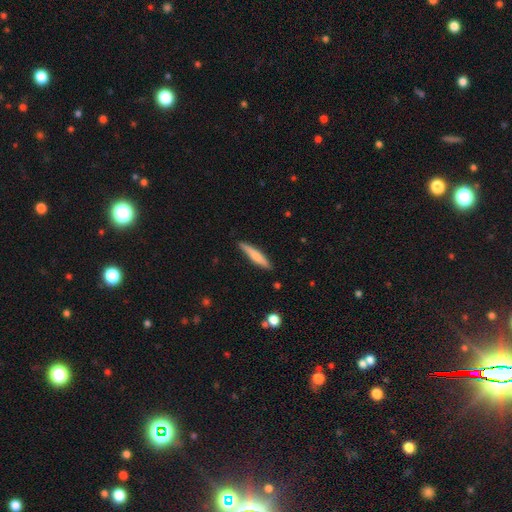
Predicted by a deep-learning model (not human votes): Smooth or featured? Predicted: smooth (p=0.68). How rounded? Predicted: cigar-shaped (p=0.91). Merging? Predicted: none (p=0.85).